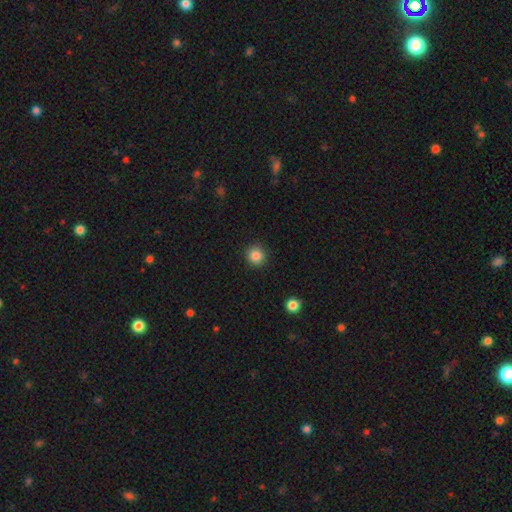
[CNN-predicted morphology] Smooth or featured? Predicted: smooth (p=0.85). How rounded? Predicted: round (p=0.94). Merging? Predicted: none (p=0.91).